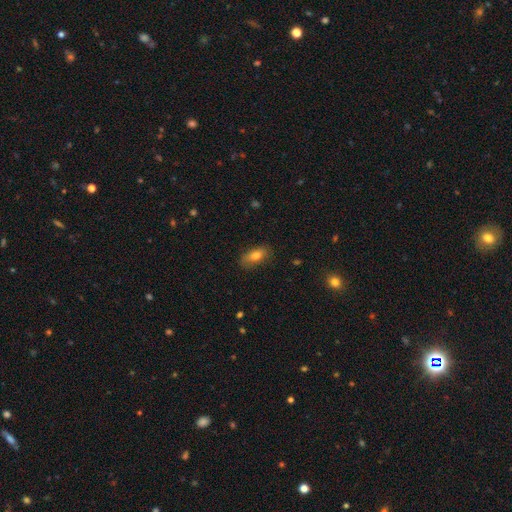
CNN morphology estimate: Smooth or featured?
  - smooth: 76% *
  - featured or disk: 16%
  - star or artifact: 8%
How rounded?
  - in between: 83% *
  - cigar-shaped: 12%
  - round: 5%
Merging?
  - none: 81% *
  - minor disturbance: 14%
  - major disturbance: 3%
  - merger: 1%